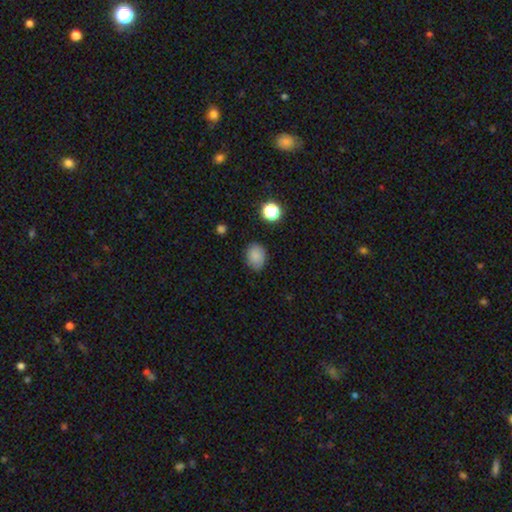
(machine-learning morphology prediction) type=smooth (82%); roundness=in between (56%); merging=none (82%).